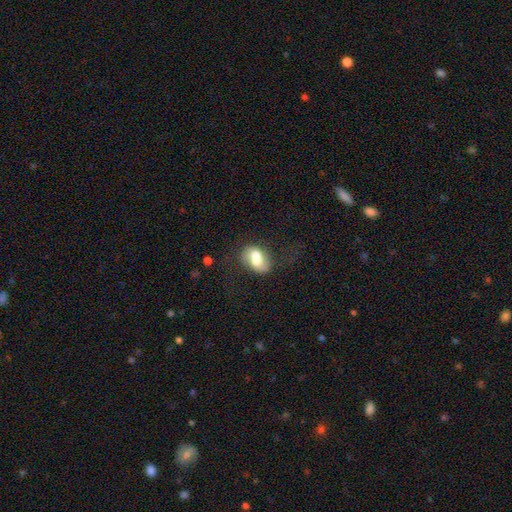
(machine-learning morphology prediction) Overall: smooth (61%; featured or disk 31%). How rounded: in between (80%). Merging: none (34%, tied with merger).